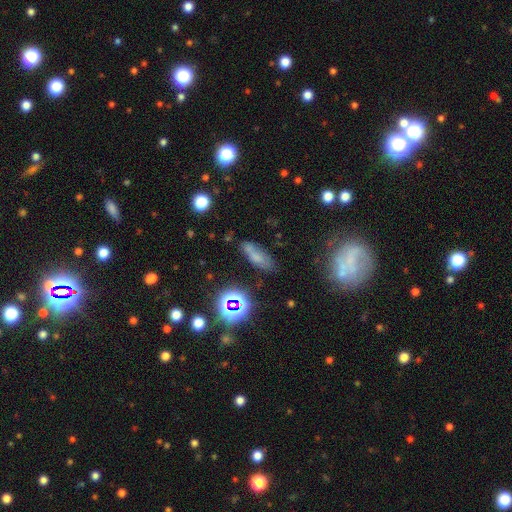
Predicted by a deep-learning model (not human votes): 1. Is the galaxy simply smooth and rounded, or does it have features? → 60% smooth, 21% star or artifact, 19% featured or disk.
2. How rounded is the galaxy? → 58% in between, 35% cigar-shaped, 7% round.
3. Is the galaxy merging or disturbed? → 62% none, 20% minor disturbance, 10% merger, 8% major disturbance.